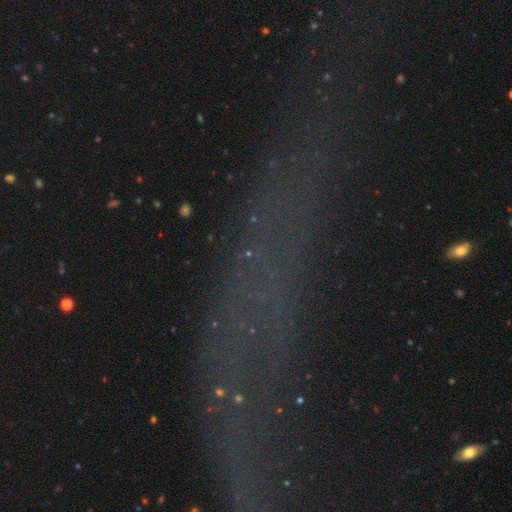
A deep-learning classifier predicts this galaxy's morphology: This is possibly a star or artifact rather than a galaxy (48%).